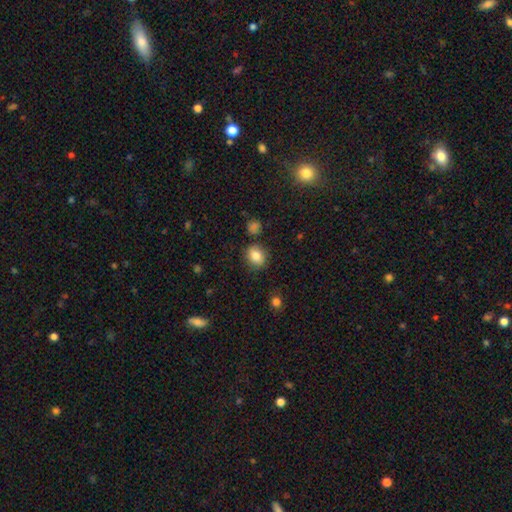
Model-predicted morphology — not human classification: smooth 83%, star or artifact 10%, featured or disk 8%. Down the decision tree: how rounded — round (64%); merging — none (83%).